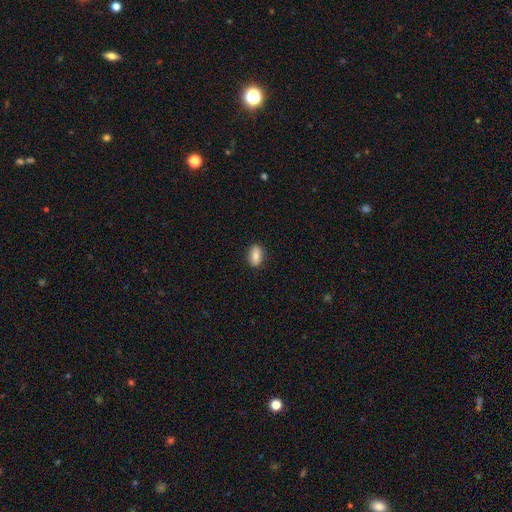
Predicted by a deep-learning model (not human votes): This appears to be a smooth galaxy with no disk features (84%) that is in between round and cigar-shaped (88%). Merging: none (88%).